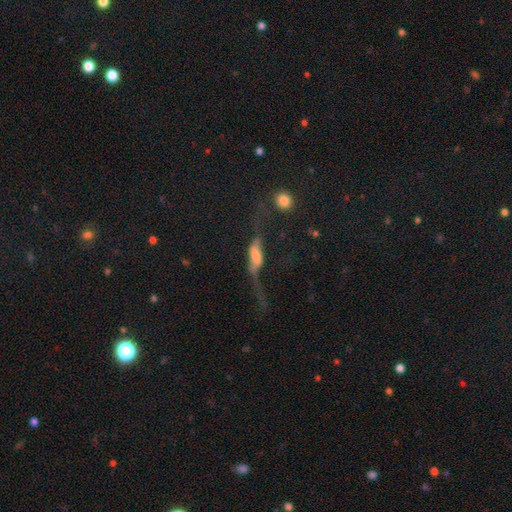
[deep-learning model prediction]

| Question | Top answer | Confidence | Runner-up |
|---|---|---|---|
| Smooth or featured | featured or disk | 46% | smooth (45%) |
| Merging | major disturbance | 53% | none (20%) |